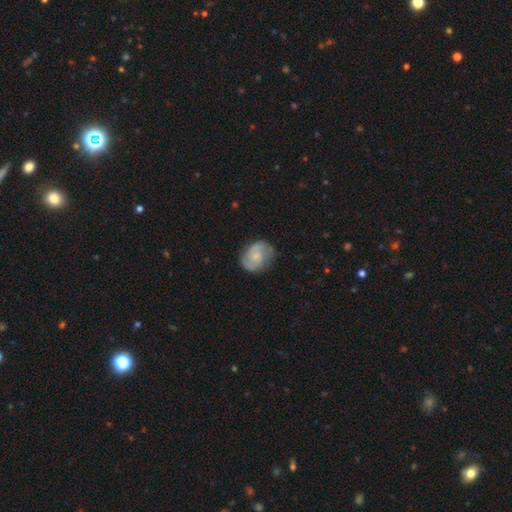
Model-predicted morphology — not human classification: Smooth or featured?
  - featured or disk: 64% *
  - smooth: 30%
  - star or artifact: 6%
Edge-on disk?
  - no: 98% *
  - yes: 2%
Bar?
  - no: 61% *
  - weak: 35%
  - strong: 5%
Spiral arms?
  - yes: 90% *
  - no: 10%
Spiral winding?
  - medium: 45% *
  - tight: 37%
  - loose: 17%
Spiral arm count?
  - 2: 78% *
  - can't tell: 12%
  - 3: 4%
  - 1: 3%
  - 4: 2%
  - more than 4: 1%
Bulge size?
  - small: 61% *
  - moderate: 26%
  - none: 10%
  - large: 2%
  - dominant: 1%
Merging?
  - none: 72% *
  - minor disturbance: 20%
  - major disturbance: 6%
  - merger: 1%